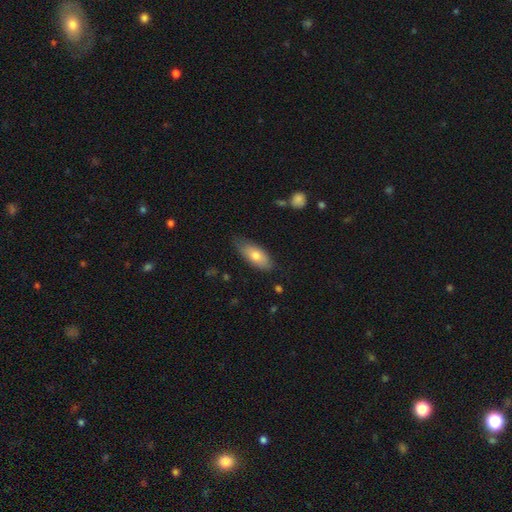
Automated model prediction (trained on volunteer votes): Morphology: type=smooth (72%); roundness=in between (81%); merging=none (72%).